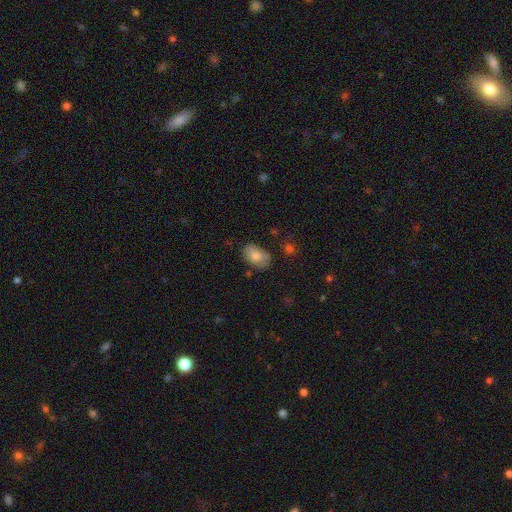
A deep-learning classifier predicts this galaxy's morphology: Smooth or featured? Predicted: smooth (p=0.78). How rounded? Predicted: in between (p=0.89). Merging? Predicted: none (p=0.66).